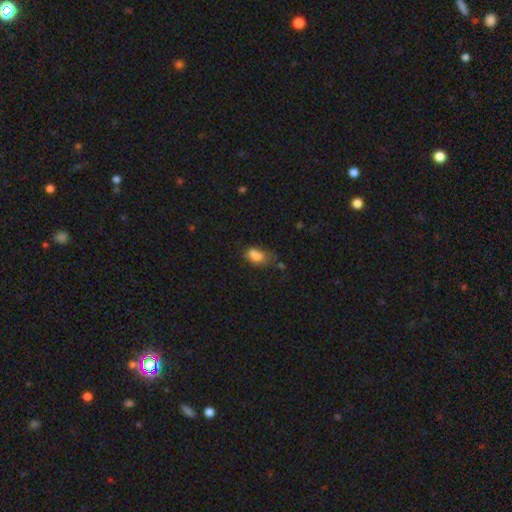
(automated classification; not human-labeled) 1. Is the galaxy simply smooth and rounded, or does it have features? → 79% smooth, 11% star or artifact, 10% featured or disk.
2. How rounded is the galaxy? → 85% in between, 11% round, 4% cigar-shaped.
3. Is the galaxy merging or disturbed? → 36% none, 33% minor disturbance, 18% major disturbance, 13% merger.